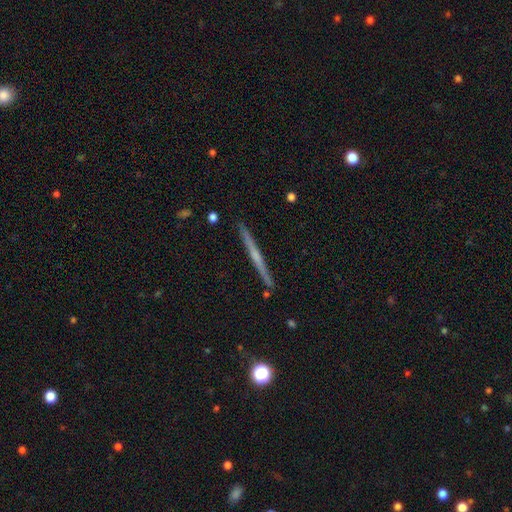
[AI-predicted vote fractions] Q: Smooth or featured?
A: featured or disk (67%); runner-up: smooth (26%)
Q: Edge-on disk?
A: yes (98%); runner-up: no (2%)
Q: Edge-on bulge?
A: none (52%); runner-up: rounded (42%)
Q: Merging?
A: none (92%); runner-up: minor disturbance (6%)